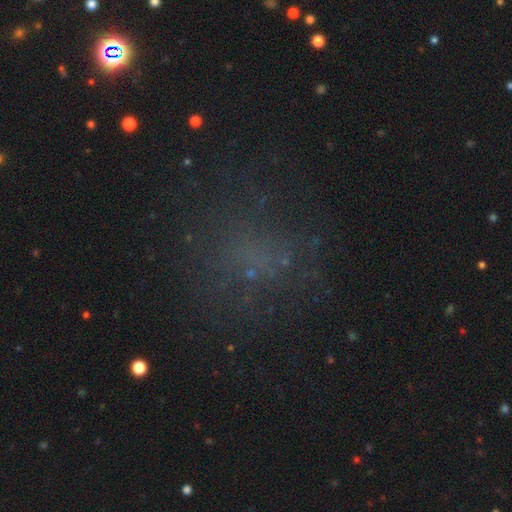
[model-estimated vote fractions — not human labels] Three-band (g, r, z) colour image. It shows a star or artifact, not a galaxy (40%).